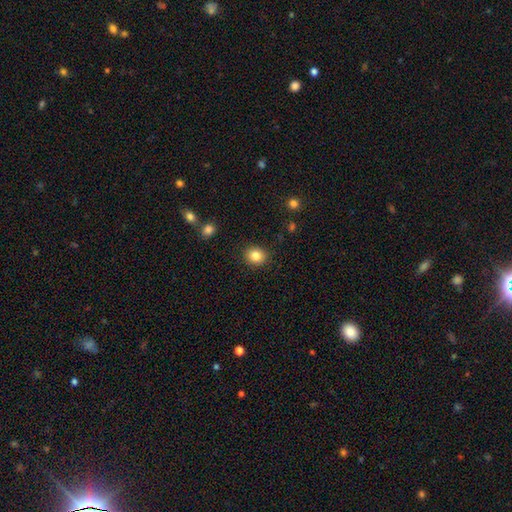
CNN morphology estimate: smooth-or-featured: smooth: 84% | star or artifact: 10% | featured or disk: 6%
  how-rounded: round: 68% | in between: 31% | cigar-shaped: 1%
  merging: none: 89% | minor disturbance: 7% | major disturbance: 2% | merger: 1%